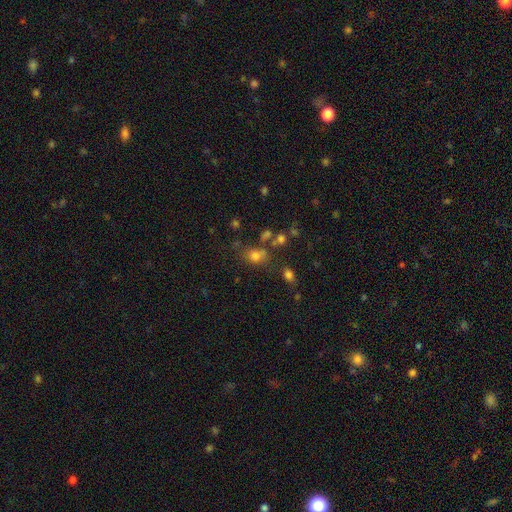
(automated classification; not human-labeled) Q: Smooth or featured?
A: smooth (71%); runner-up: star or artifact (19%)
Q: How rounded?
A: in between (50%); runner-up: round (49%)
Q: Merging?
A: none (57%); runner-up: merger (17%)